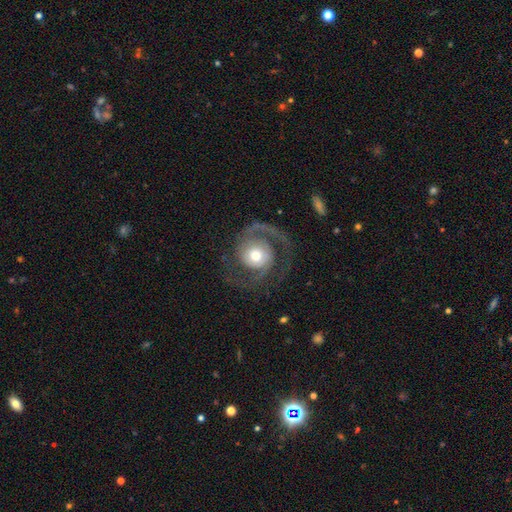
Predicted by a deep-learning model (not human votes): Smooth or featured?
  - featured or disk: 86% *
  - smooth: 9%
  - star or artifact: 5%
Edge-on disk?
  - no: 98% *
  - yes: 2%
Bar?
  - no: 70% *
  - weak: 23%
  - strong: 7%
Spiral arms?
  - yes: 96% *
  - no: 4%
Spiral winding?
  - medium: 48% *
  - tight: 34%
  - loose: 18%
Spiral arm count?
  - 2: 83% *
  - 1: 8%
  - can't tell: 4%
  - 3: 3%
  - 4: 1%
  - more than 4: 1%
Bulge size?
  - moderate: 64% *
  - large: 20%
  - small: 13%
  - dominant: 2%
  - none: 1%
Merging?
  - none: 72% *
  - major disturbance: 14%
  - minor disturbance: 12%
  - merger: 2%